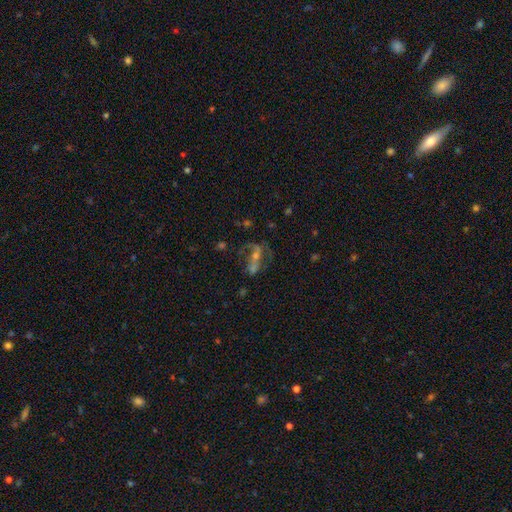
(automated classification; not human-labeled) smooth-or-featured: featured or disk: 62% | smooth: 20% | star or artifact: 18%
  disk-edge-on: no: 91% | yes: 9%
    bar: no: 46% | weak: 28% | strong: 25%
    has-spiral-arms: yes: 63% | no: 37%
    bulge-size: small: 48% | moderate: 37% | none: 9% | large: 4% | dominant: 2%
  merging: none: 40% | major disturbance: 27% | merger: 18% | minor disturbance: 15%